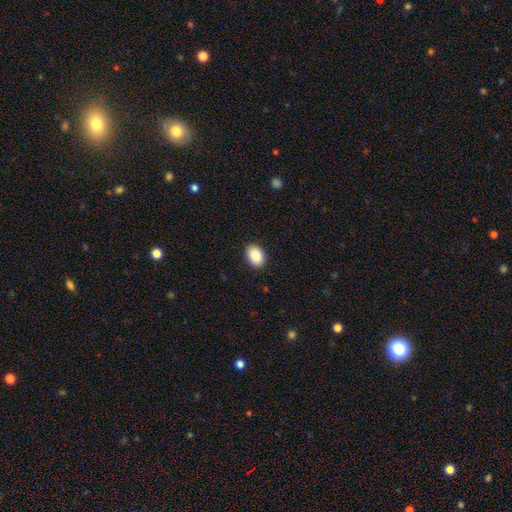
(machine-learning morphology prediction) A smooth galaxy with no disk features (87%) that is in between round and cigar-shaped (79%). Merging: none (90%).